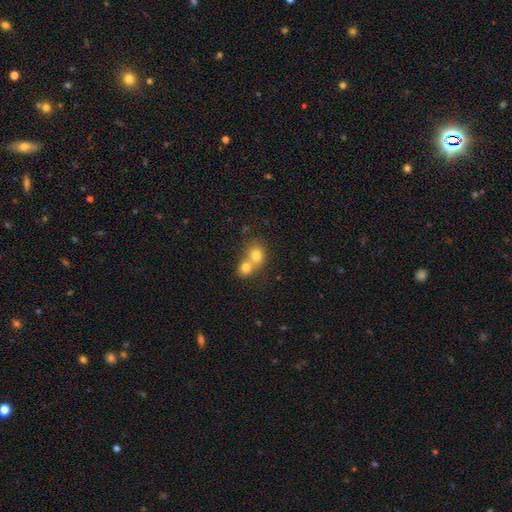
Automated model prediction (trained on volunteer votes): This appears to be a smooth galaxy with no disk features (74%) that is round (66%). Merging: merger (68%).